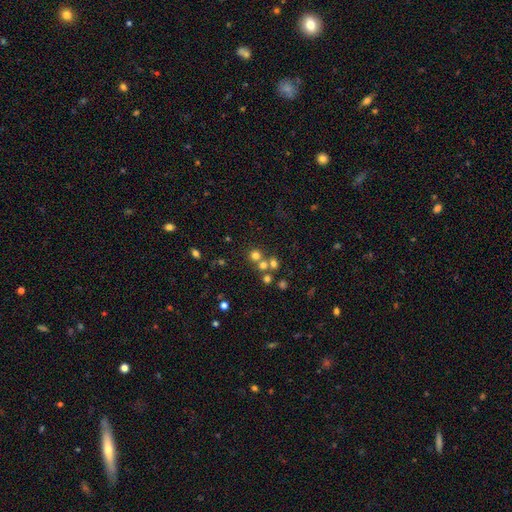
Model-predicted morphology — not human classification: Overall: smooth (66%). How rounded: round (90%). Merging: none (59%; merger 31%).